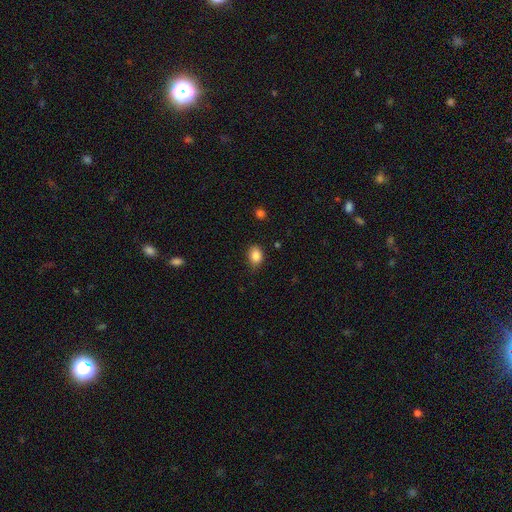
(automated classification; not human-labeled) A smooth galaxy with no disk features (86%) that is in between round and cigar-shaped (67%). Merging: none (79%).